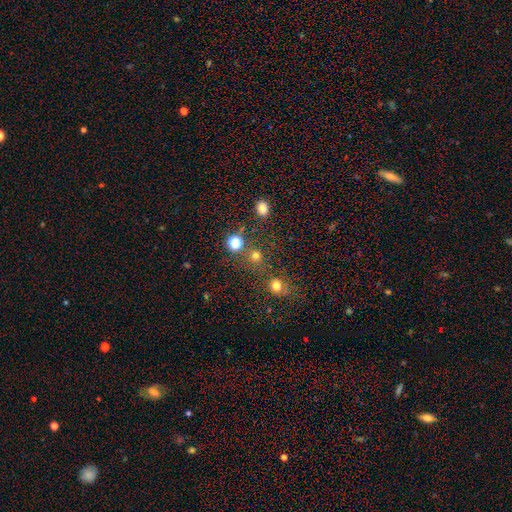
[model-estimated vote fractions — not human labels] Overall: smooth (71%). How rounded: round (91%). Merging: none (75%).